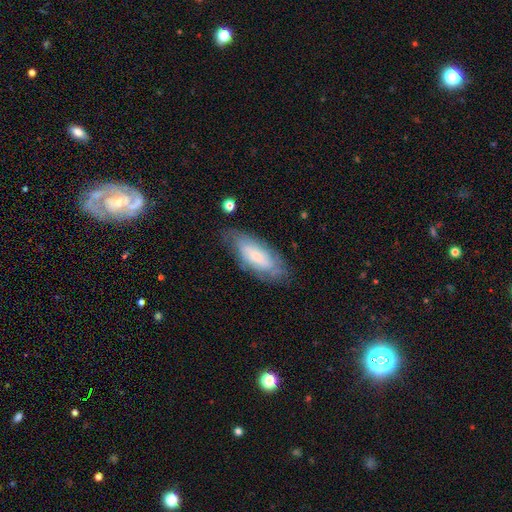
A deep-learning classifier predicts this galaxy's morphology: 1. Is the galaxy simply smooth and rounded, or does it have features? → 49% smooth, 44% featured or disk, 8% star or artifact.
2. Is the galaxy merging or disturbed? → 69% none, 22% minor disturbance, 7% major disturbance, 2% merger.